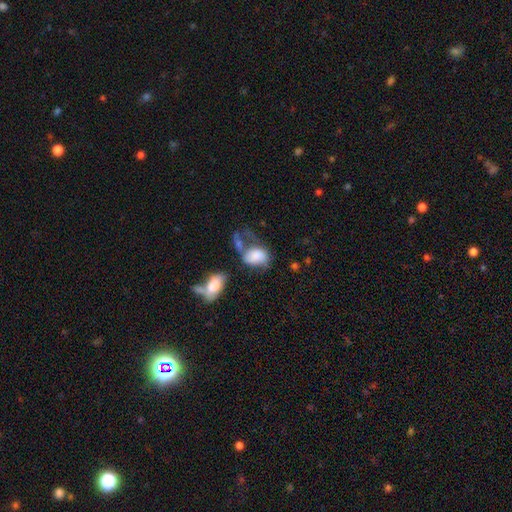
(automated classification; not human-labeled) This appears to be a smooth galaxy with no disk features (74%) that is in between round and cigar-shaped (85%). Merging: major disturbance (31%).